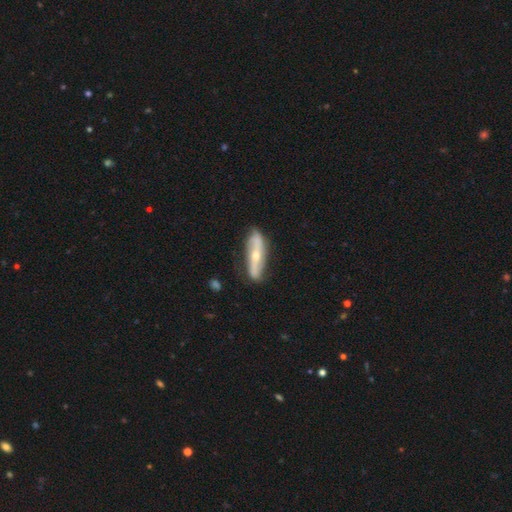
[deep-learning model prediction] Overall: featured or disk (68%). Edge-on disk: no (62%; yes 38%). Merging: none (80%).